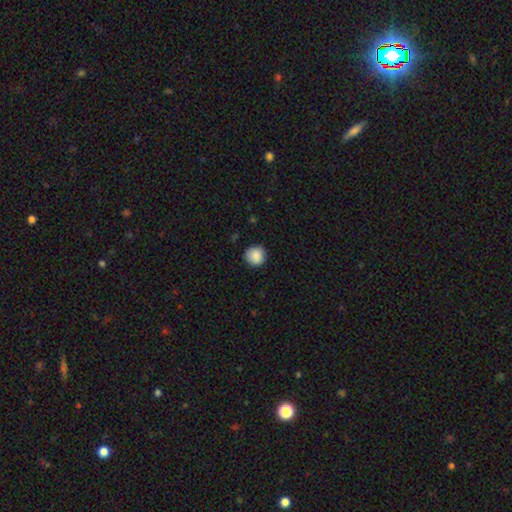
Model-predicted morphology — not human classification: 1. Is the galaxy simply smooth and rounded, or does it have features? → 88% smooth, 9% star or artifact, 3% featured or disk.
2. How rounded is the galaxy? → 93% round, 6% in between, 1% cigar-shaped.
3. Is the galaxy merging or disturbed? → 88% none, 9% minor disturbance, 2% major disturbance, 1% merger.